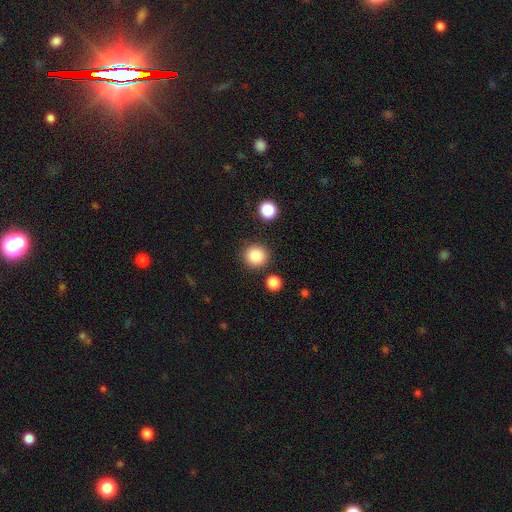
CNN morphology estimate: Smooth or featured? Predicted: smooth (p=0.86). How rounded? Predicted: round (p=0.92). Merging? Predicted: none (p=0.86).